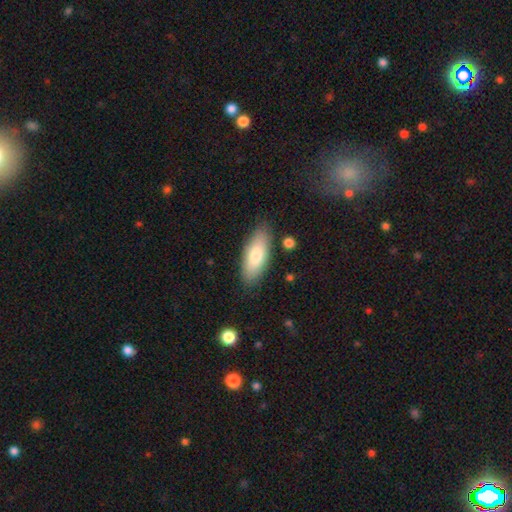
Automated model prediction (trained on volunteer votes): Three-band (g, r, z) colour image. It shows a smooth galaxy with no disk features (78%) that is in between round and cigar-shaped (77%). Merging: none (83%).